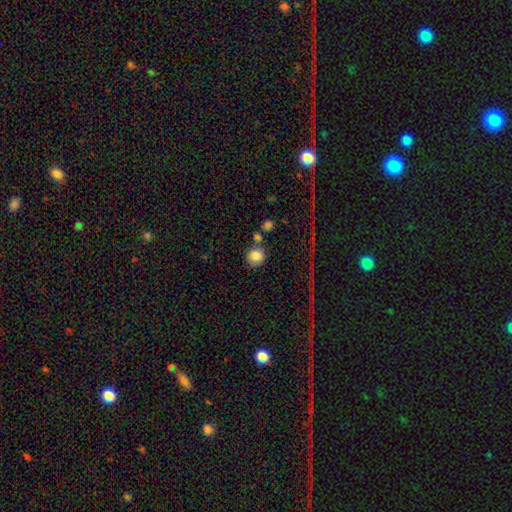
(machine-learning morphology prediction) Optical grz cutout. It shows a smooth galaxy with no disk features (82%) that is round (83%). Merging: none (65%).